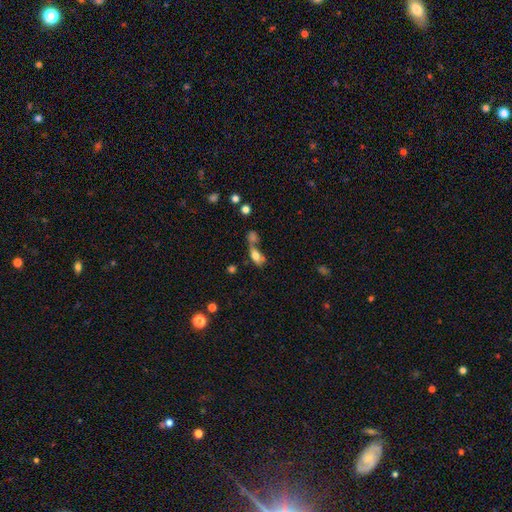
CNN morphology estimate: Smooth or featured? smooth (69%)
How rounded? in between (77%)
Merging? merger (48%)